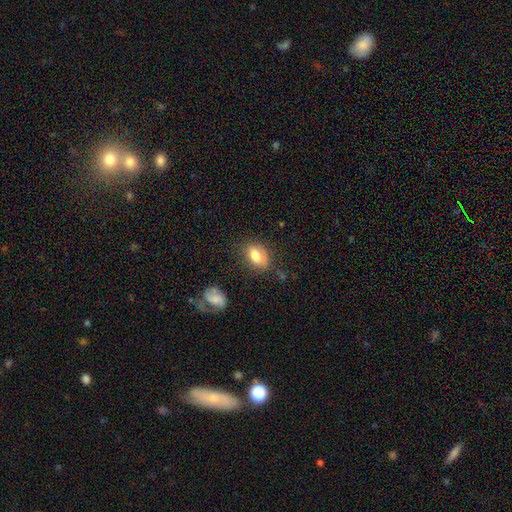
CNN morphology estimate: This is likely a smooth galaxy (77%). How rounded: clearly in between (86%). Merging: likely none (63%).